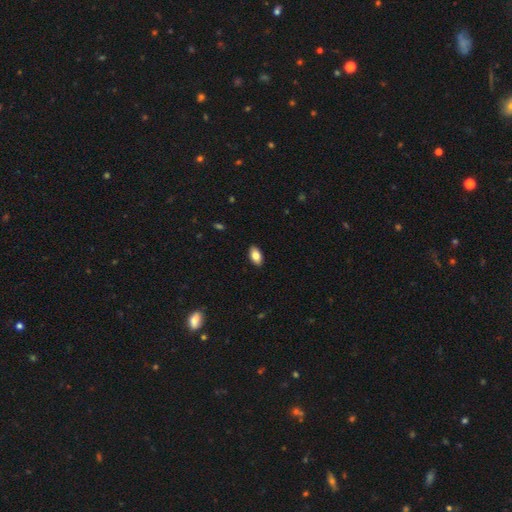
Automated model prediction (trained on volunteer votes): This appears to be a smooth galaxy with no disk features (83%) that is in between round and cigar-shaped (93%). Merging: none (90%).